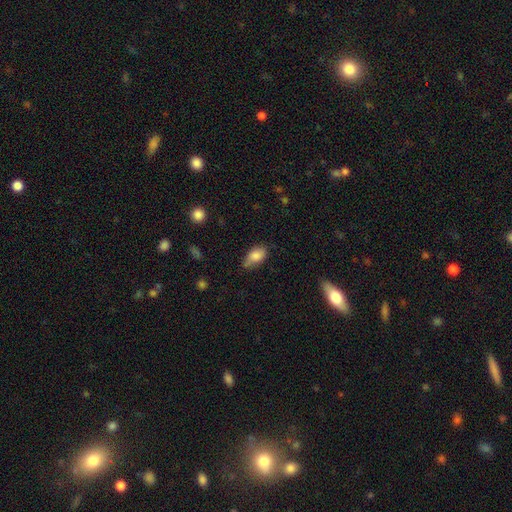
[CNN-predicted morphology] Overall: smooth (81%). How rounded: in between (89%). Merging: none (57%; minor disturbance 33%).